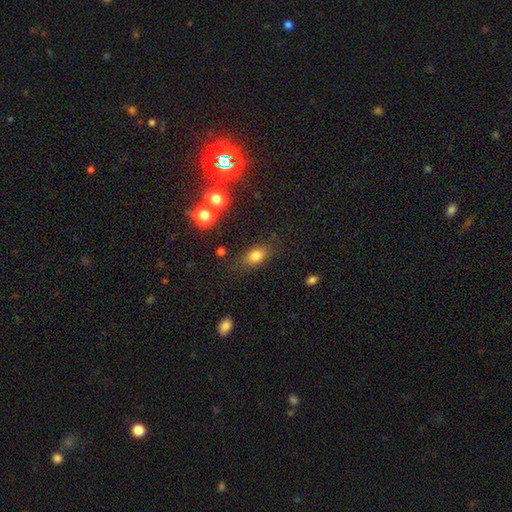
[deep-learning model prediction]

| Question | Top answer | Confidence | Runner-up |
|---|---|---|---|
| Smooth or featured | smooth | 78% | star or artifact (12%) |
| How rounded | in between | 77% | round (19%) |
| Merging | none | 77% | minor disturbance (15%) |